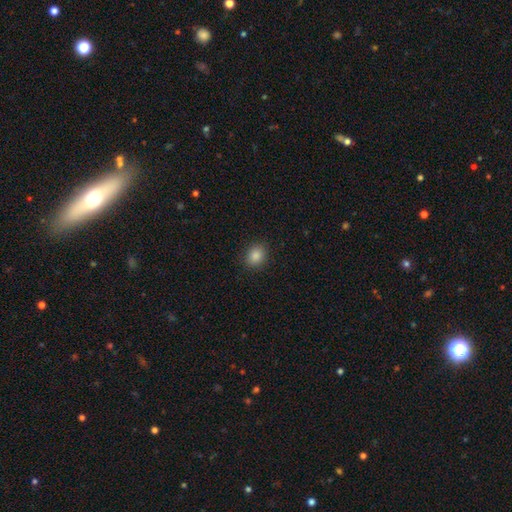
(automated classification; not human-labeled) Smooth or featured: smooth — 86% (star or artifact — 10%)
How rounded: round — 55% (in between — 44%)
Merging: none — 89% (minor disturbance — 7%)